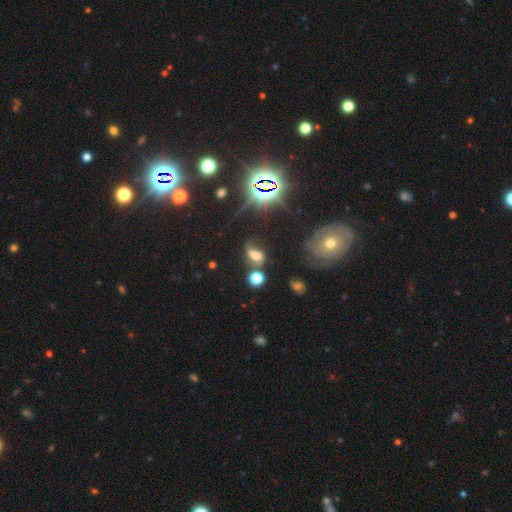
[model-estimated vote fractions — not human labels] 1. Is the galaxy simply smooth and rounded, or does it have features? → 38% featured or disk, 34% smooth, 28% star or artifact.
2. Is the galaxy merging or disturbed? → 37% none, 28% merger, 18% major disturbance, 17% minor disturbance.